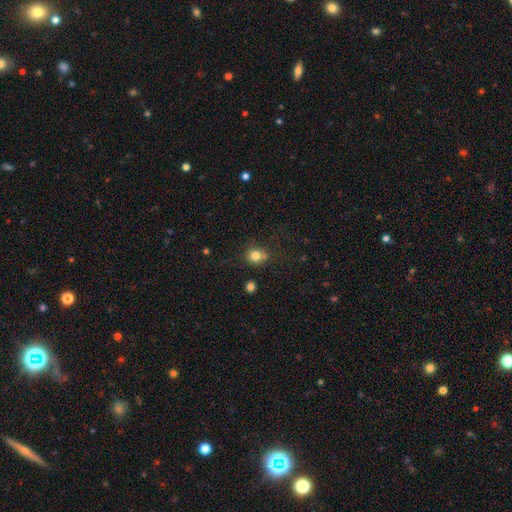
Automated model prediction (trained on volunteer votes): This is likely a smooth galaxy (79%). How rounded: clearly round (82%). Merging: likely none (66%).